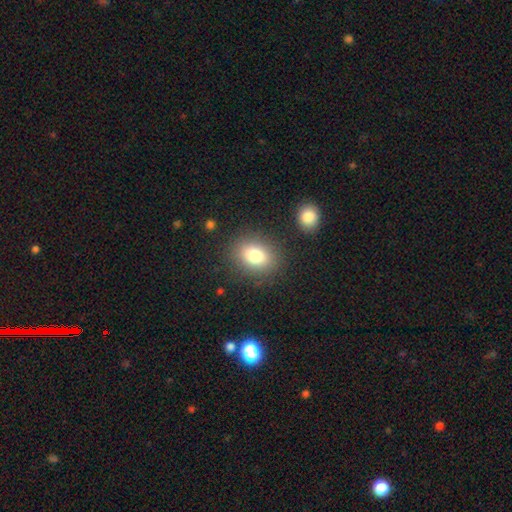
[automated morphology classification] A smooth galaxy with no disk features (79%) that is in between round and cigar-shaped (56%). Merging: none (84%).